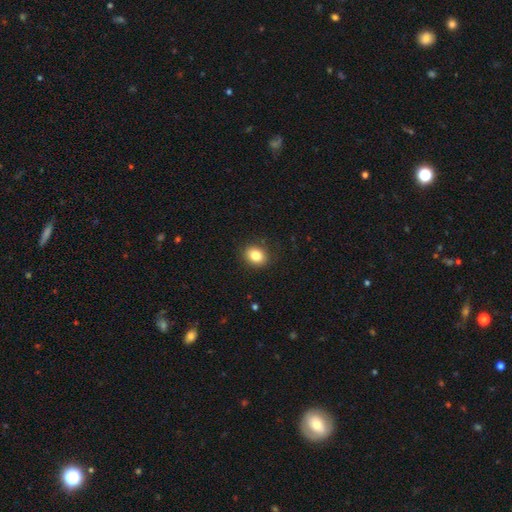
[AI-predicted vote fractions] This appears to be a smooth galaxy with no disk features (84%) that is in between round and cigar-shaped (55%). Merging: none (87%).